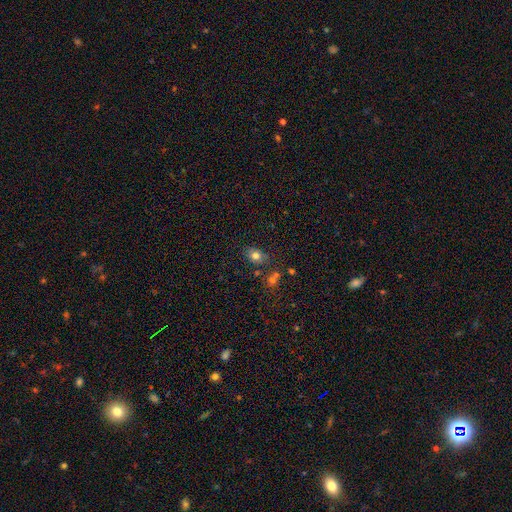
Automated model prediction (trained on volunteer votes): Smooth or featured: smooth — 77% (star or artifact — 13%)
How rounded: in between — 55% (round — 43%)
Merging: none — 71% (minor disturbance — 16%)